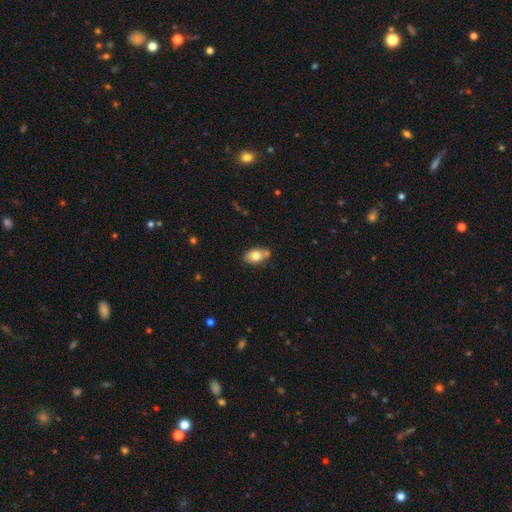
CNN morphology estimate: This appears to be a smooth galaxy with no disk features (75%) that is in between round and cigar-shaped (90%). Merging: none (72%).